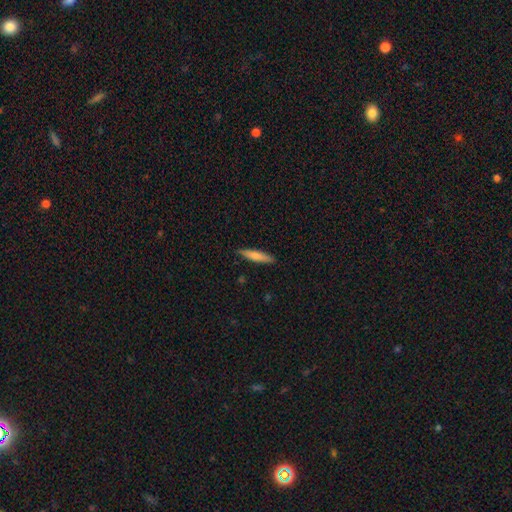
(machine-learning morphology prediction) This is likely a smooth galaxy (74%). How rounded: clearly cigar-shaped (87%). Merging: clearly none (88%).